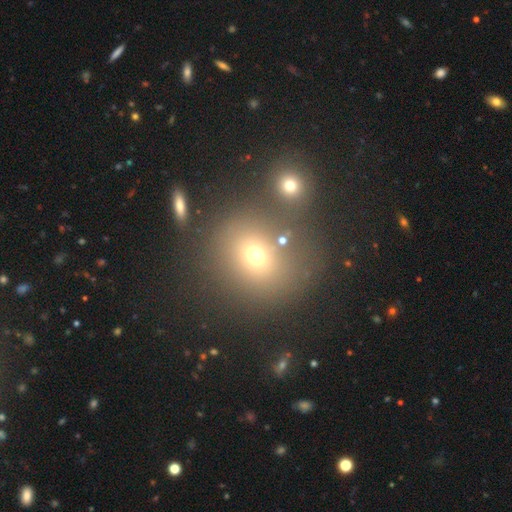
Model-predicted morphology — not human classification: Q: Smooth or featured?
A: smooth (63%); runner-up: star or artifact (23%)
Q: How rounded?
A: round (79%); runner-up: in between (20%)
Q: Merging?
A: none (69%); runner-up: merger (15%)